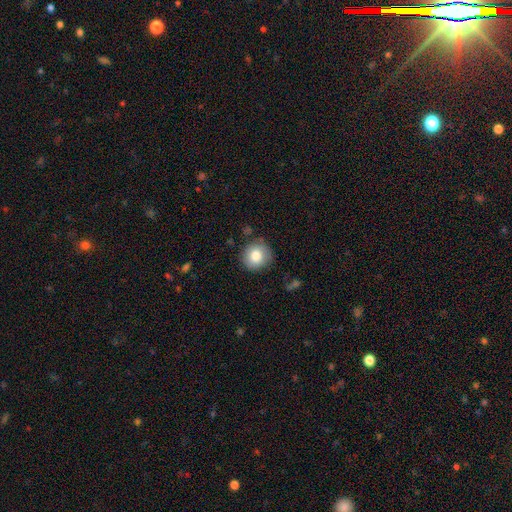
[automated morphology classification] Smooth or featured: smooth — 81% (featured or disk — 10%)
How rounded: round — 89% (in between — 10%)
Merging: none — 84% (minor disturbance — 11%)